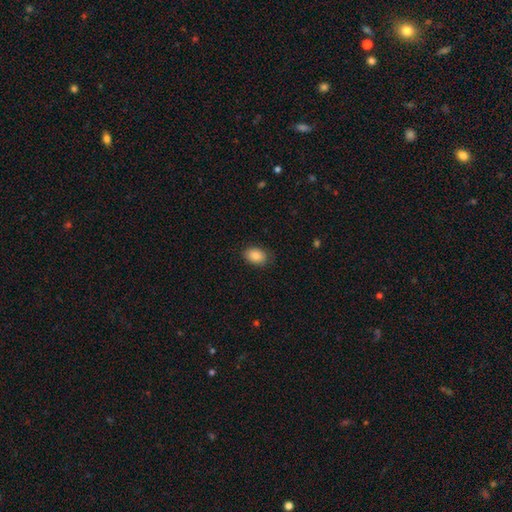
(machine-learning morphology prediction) smooth_or_featured: smooth (p=0.88) [alt: star or artifact p=0.07]
how_rounded: in between (p=0.83) [alt: round p=0.16]
merging: none (p=0.83) [alt: minor disturbance p=0.13]